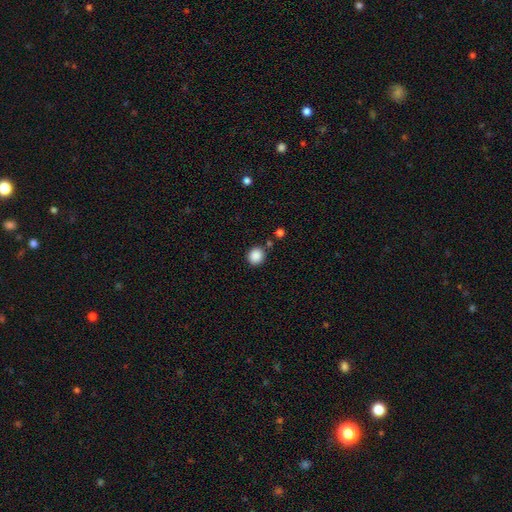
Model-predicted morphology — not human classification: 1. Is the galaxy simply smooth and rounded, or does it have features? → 88% smooth, 9% star or artifact, 3% featured or disk.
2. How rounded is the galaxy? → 88% round, 12% in between, 1% cigar-shaped.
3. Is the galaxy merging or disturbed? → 85% none, 8% minor disturbance, 4% merger, 3% major disturbance.